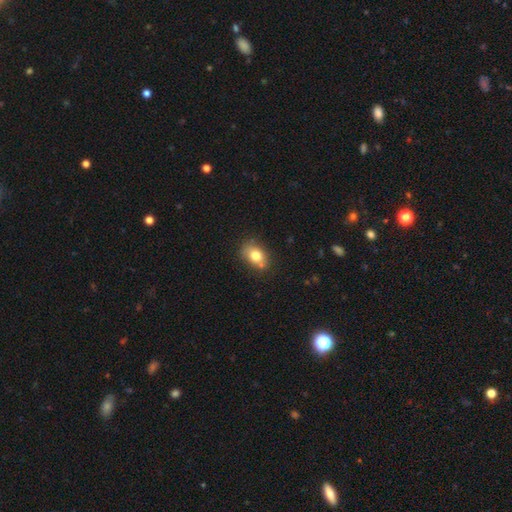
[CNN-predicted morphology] Smooth or featured: smooth — 78% (featured or disk — 13%)
How rounded: in between — 70% (round — 29%)
Merging: none — 66% (minor disturbance — 20%)